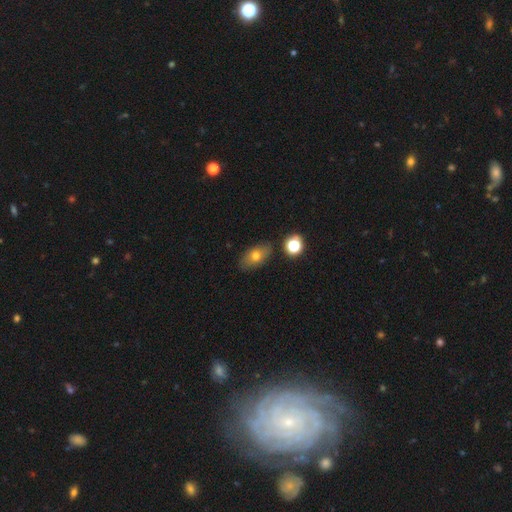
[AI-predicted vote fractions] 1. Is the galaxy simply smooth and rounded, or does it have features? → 70% smooth, 19% featured or disk, 11% star or artifact.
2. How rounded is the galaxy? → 85% in between, 12% round, 3% cigar-shaped.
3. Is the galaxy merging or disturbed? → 81% none, 12% minor disturbance, 4% merger, 3% major disturbance.